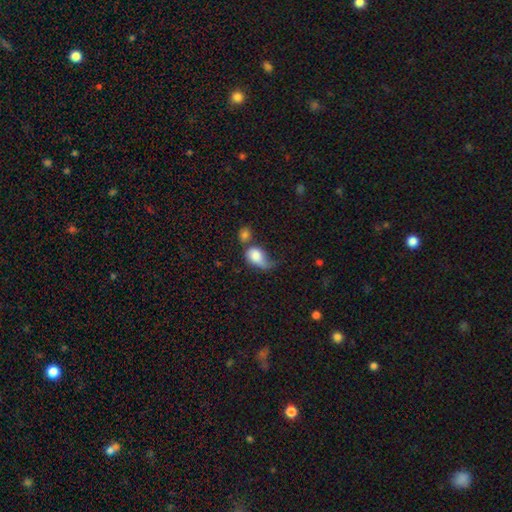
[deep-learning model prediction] Smooth or featured?
  - smooth: 75% *
  - featured or disk: 17%
  - star or artifact: 8%
How rounded?
  - in between: 74% *
  - round: 24%
  - cigar-shaped: 2%
Merging?
  - major disturbance: 32% *
  - minor disturbance: 25%
  - merger: 24%
  - none: 19%